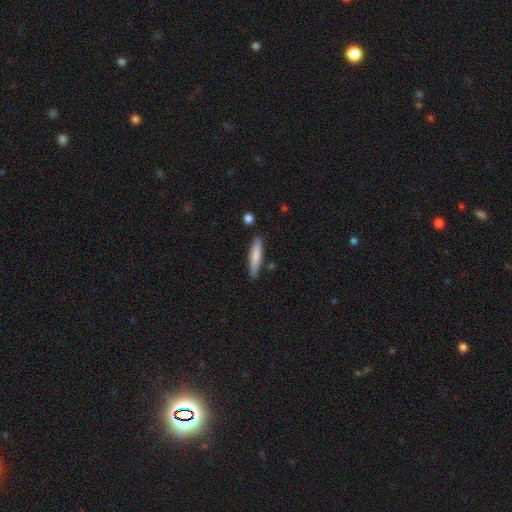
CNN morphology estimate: Smooth or featured?
  - smooth: 77% *
  - featured or disk: 17%
  - star or artifact: 6%
How rounded?
  - cigar-shaped: 86% *
  - in between: 13%
  - round: 1%
Merging?
  - none: 85% *
  - minor disturbance: 10%
  - merger: 3%
  - major disturbance: 2%